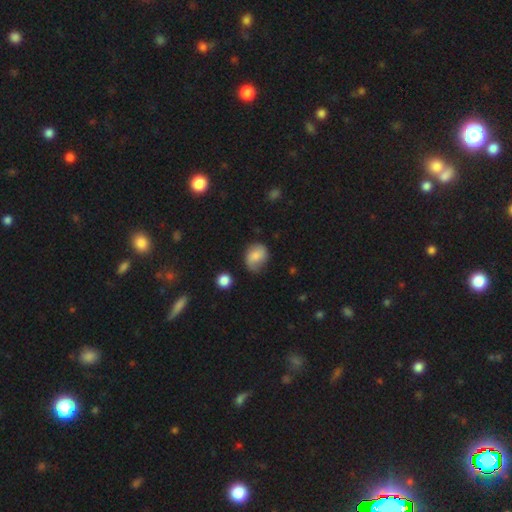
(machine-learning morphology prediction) Smooth or featured? Predicted: smooth (p=0.67). How rounded? Predicted: round (p=0.50). Merging? Predicted: none (p=0.57).